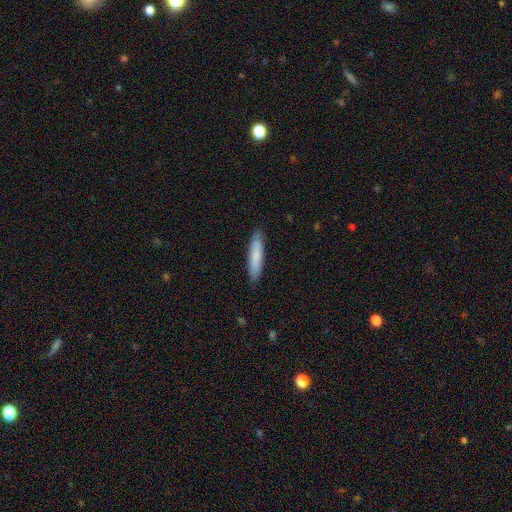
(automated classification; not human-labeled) Smooth or featured? Predicted: smooth (p=0.78). How rounded? Predicted: cigar-shaped (p=0.83). Merging? Predicted: none (p=0.87).